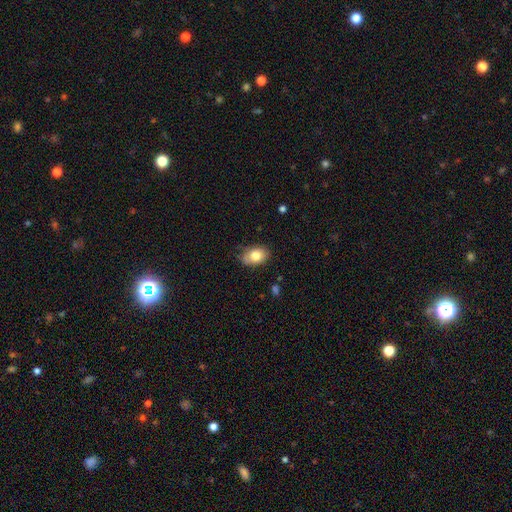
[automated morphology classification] Q: Smooth or featured?
A: smooth (79%); runner-up: featured or disk (13%)
Q: How rounded?
A: in between (81%); runner-up: round (18%)
Q: Merging?
A: none (73%); runner-up: minor disturbance (22%)